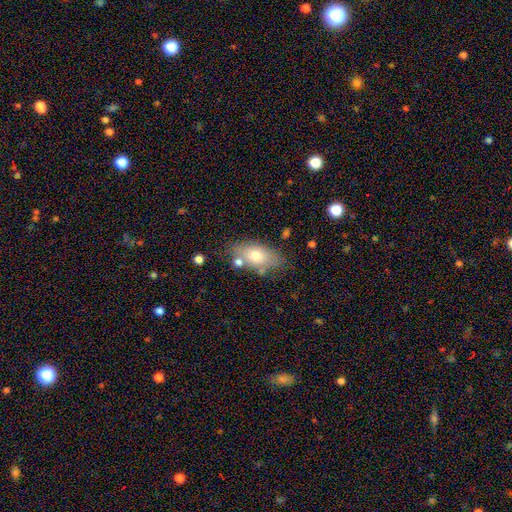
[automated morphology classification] smooth-or-featured: smooth: 68% | featured or disk: 24% | star or artifact: 8%
  how-rounded: in between: 87% | round: 7% | cigar-shaped: 5%
  merging: none: 66% | minor disturbance: 18% | merger: 10% | major disturbance: 5%